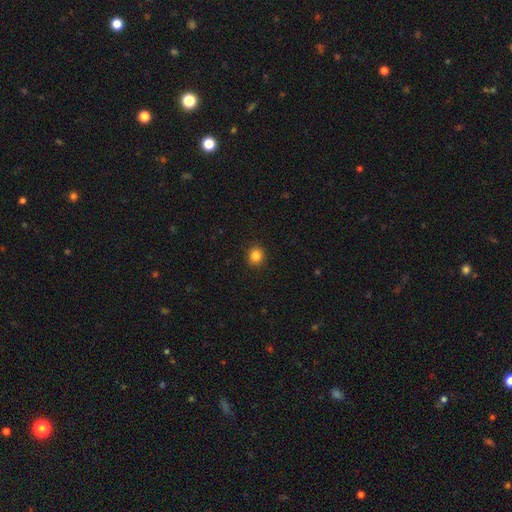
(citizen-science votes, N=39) smooth_or_featured: smooth (p=0.82) [alt: star or artifact p=0.10]
how_rounded: round (p=0.91) [alt: in between p=0.09]
merging: none (p=0.89) [alt: minor disturbance p=0.09]